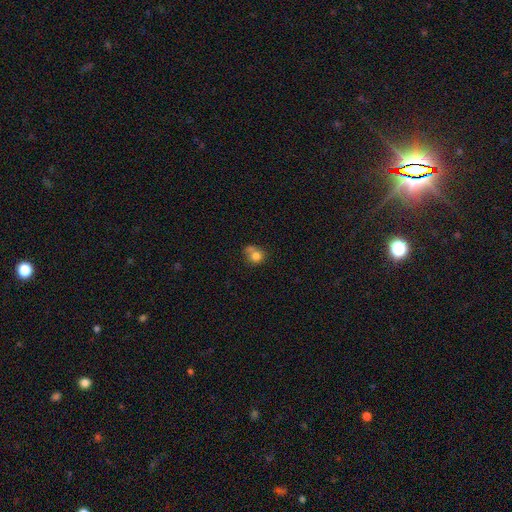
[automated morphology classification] Smooth or featured: smooth — 78% (featured or disk — 11%)
How rounded: round — 78% (in between — 21%)
Merging: none — 42% (merger — 33%)